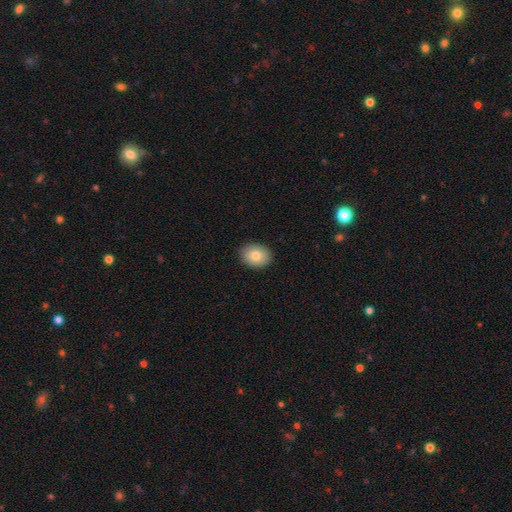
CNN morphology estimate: A smooth galaxy with no disk features (82%) that is in between round and cigar-shaped (57%). Merging: none (90%).